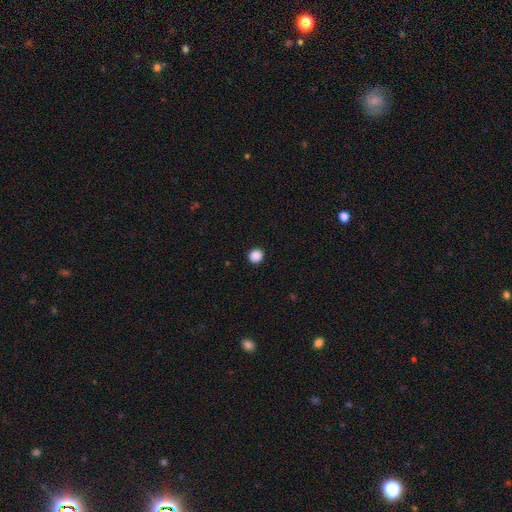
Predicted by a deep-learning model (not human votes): Morphology: type=smooth (88%); roundness=round (92%); merging=none (93%).